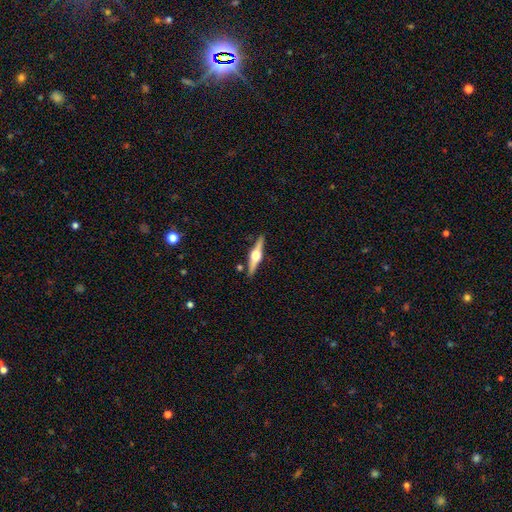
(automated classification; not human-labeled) A featured or disk galaxy (80%) viewed edge-on (98%) with a rounded central bulge (95%). Merging: none (89%).